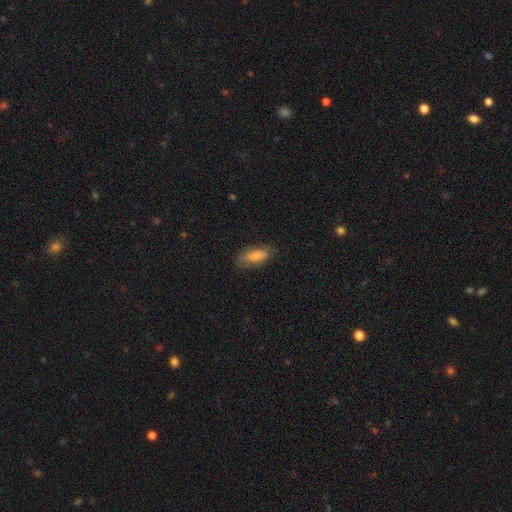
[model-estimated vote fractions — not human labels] This is likely a smooth galaxy (69%). How rounded: likely in between (79%). Merging: likely none (77%).